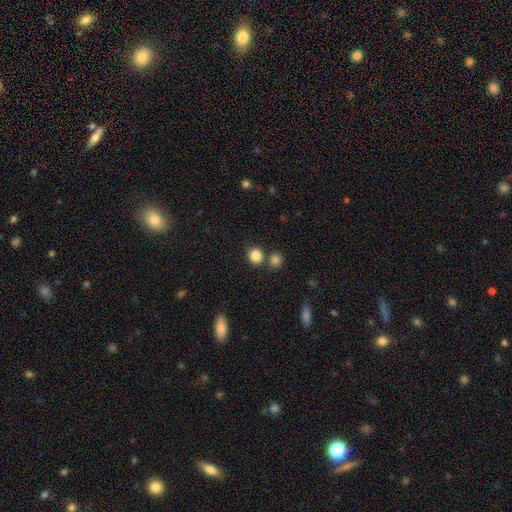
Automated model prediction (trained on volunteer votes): smooth 85%, star or artifact 11%, featured or disk 4%. Down the decision tree: how rounded — round (80%); merging — none (74%).